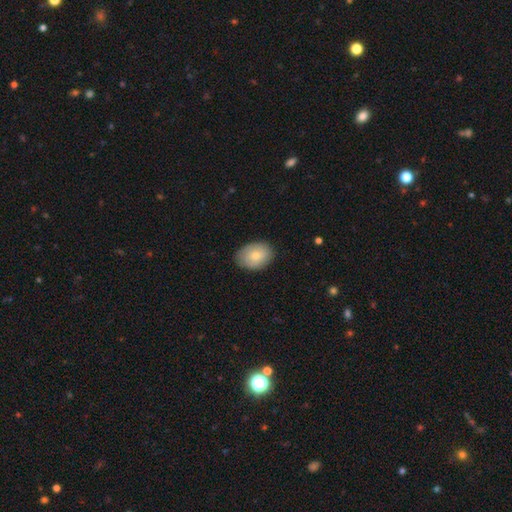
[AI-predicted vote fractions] Smooth or featured? smooth (76%)
How rounded? in between (73%)
Merging? none (83%)